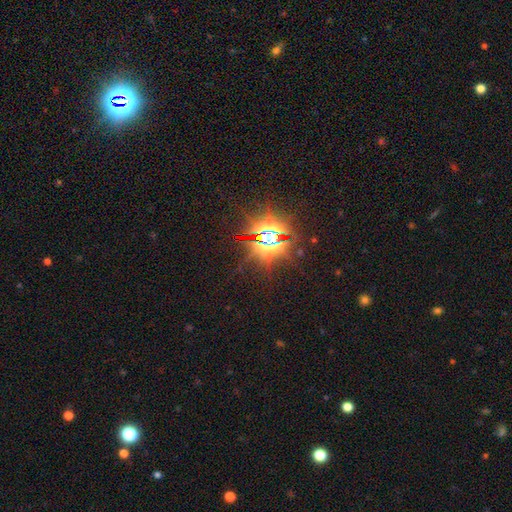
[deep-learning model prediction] Overall: star or artifact (85%).